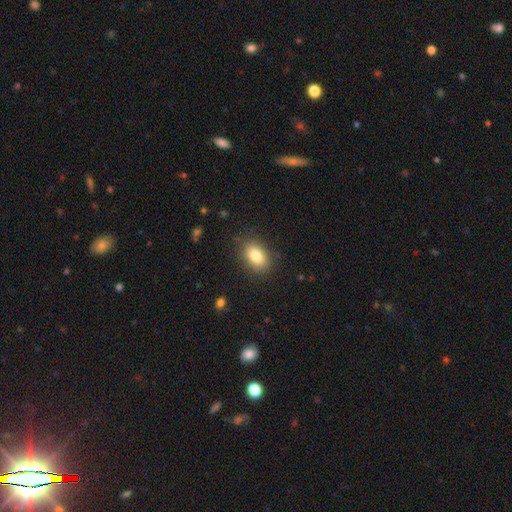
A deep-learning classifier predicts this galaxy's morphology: A smooth galaxy with no disk features (83%) that is in between round and cigar-shaped (85%).

Vote fractions:
- Smooth or featured? smooth: 83% / featured or disk: 9% / star or artifact: 8%
- How rounded? in between: 85% / round: 13% / cigar-shaped: 2%
- Merging? none: 85% / minor disturbance: 11% / major disturbance: 3% / merger: 1%